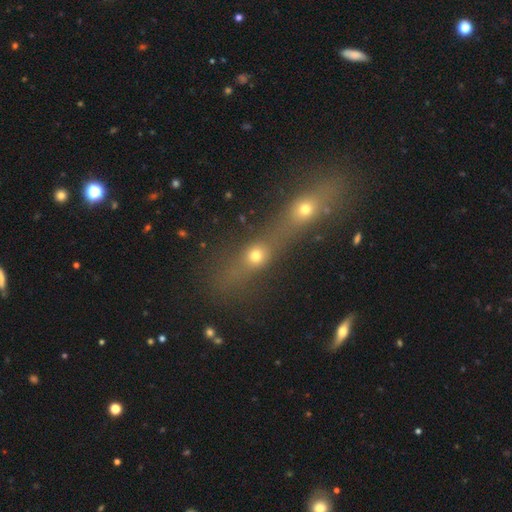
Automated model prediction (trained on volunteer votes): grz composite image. It shows a smooth galaxy with no disk features (63%) that is round (53%). Merging: merger (59%).